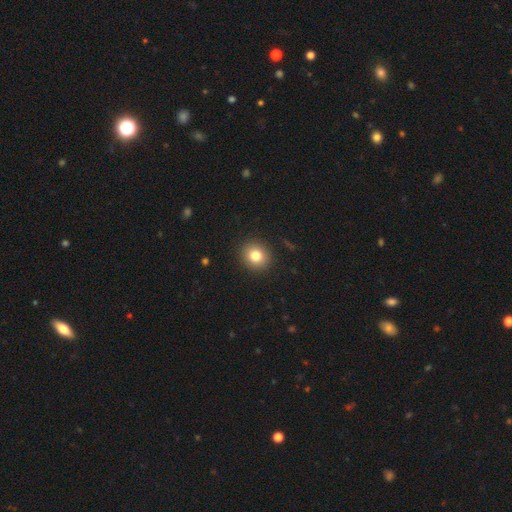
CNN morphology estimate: smooth-or-featured: smooth: 81% | star or artifact: 11% | featured or disk: 9%
  how-rounded: round: 83% | in between: 16% | cigar-shaped: 1%
  merging: none: 91% | minor disturbance: 6% | major disturbance: 2% | merger: 1%